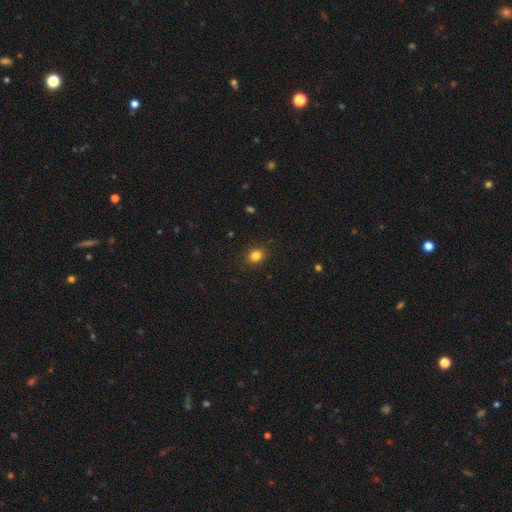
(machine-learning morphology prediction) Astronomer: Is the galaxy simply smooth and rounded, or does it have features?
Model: smooth — 83%.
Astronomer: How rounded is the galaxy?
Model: round — 63%.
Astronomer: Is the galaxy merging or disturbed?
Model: none — 89%.